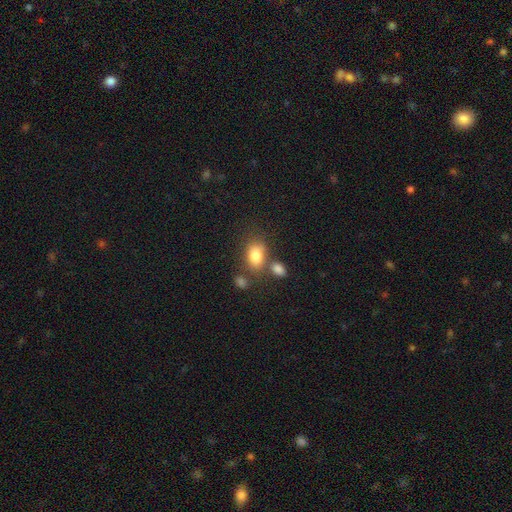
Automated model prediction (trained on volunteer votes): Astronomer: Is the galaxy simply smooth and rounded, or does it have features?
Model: smooth — 82%.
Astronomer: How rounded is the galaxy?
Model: in between — 81%.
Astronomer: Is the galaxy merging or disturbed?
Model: none — 56%.